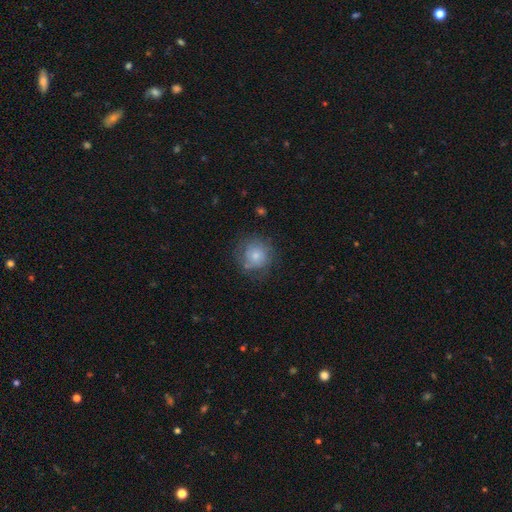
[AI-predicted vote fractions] A smooth galaxy with no disk features (63%) that is round (90%).

Vote fractions:
- Smooth or featured? smooth: 63% / featured or disk: 28% / star or artifact: 8%
- How rounded? round: 90% / in between: 9% / cigar-shaped: 1%
- Merging? none: 68% / minor disturbance: 20% / major disturbance: 10% / merger: 2%